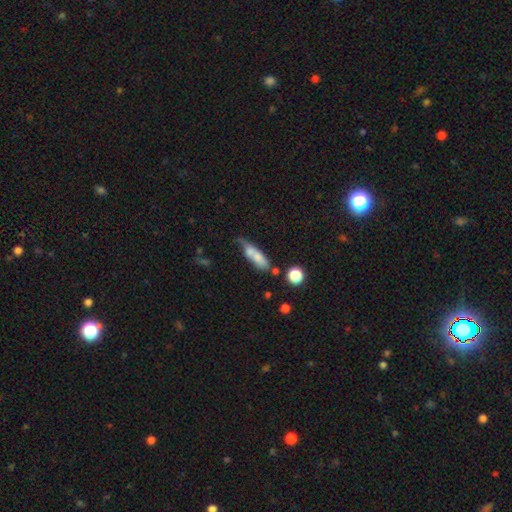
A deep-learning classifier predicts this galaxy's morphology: type=smooth (66%); roundness=cigar-shaped (51%); merging=none (35%).